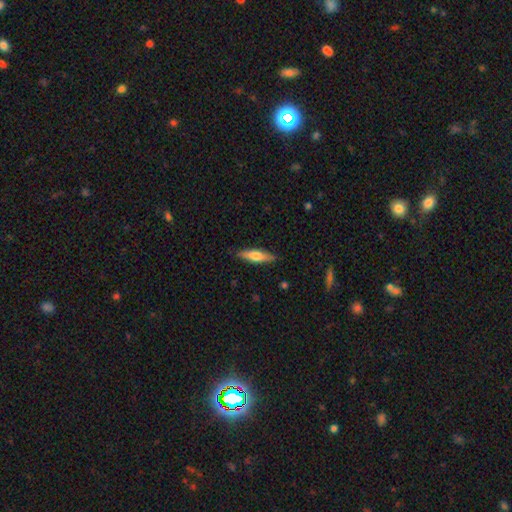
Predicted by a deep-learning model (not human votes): Smooth or featured? smooth (58%)
How rounded? cigar-shaped (62%)
Merging? none (85%)